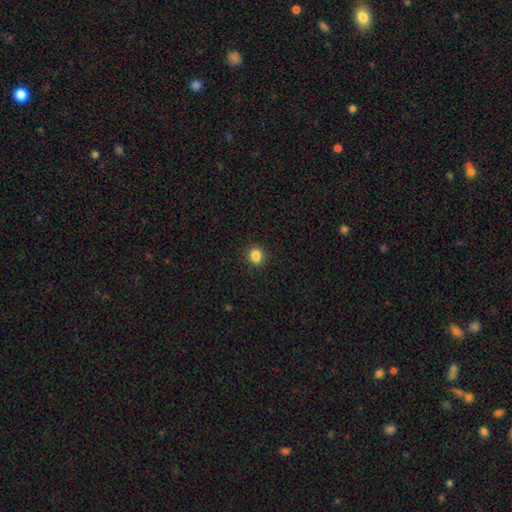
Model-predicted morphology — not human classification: This is clearly a smooth galaxy (85%). How rounded: clearly round (81%). Merging: clearly none (91%).